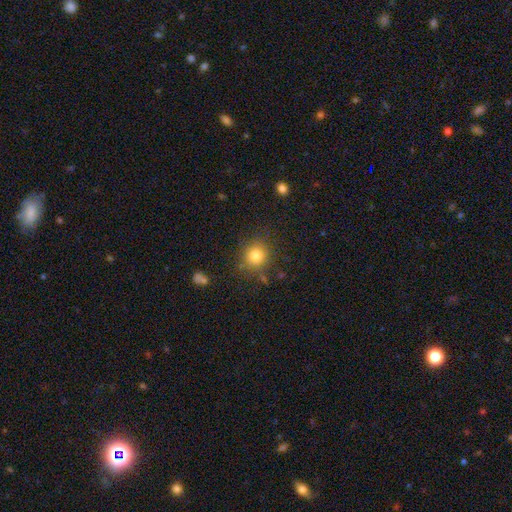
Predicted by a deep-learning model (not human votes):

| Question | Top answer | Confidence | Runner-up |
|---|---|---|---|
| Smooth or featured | smooth | 81% | star or artifact (12%) |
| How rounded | round | 90% | in between (9%) |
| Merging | none | 83% | minor disturbance (10%) |